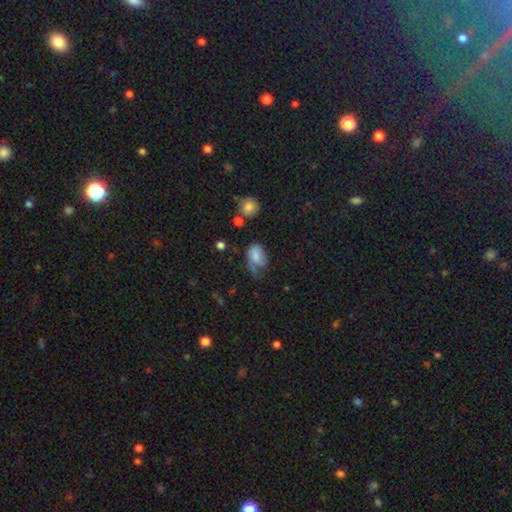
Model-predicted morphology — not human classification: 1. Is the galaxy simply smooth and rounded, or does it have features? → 69% smooth, 21% featured or disk, 10% star or artifact.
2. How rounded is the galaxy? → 82% in between, 17% round, 1% cigar-shaped.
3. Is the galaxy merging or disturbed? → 34% minor disturbance, 31% major disturbance, 30% none, 5% merger.